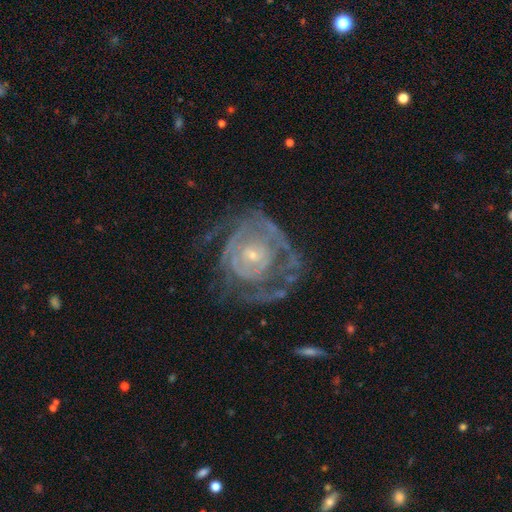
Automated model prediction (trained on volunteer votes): featured or disk 82%, smooth 11%, star or artifact 8%. Down the decision tree: edge-on disk — no (97%); bar — no (76%); spiral arms — yes (77%); spiral arm count — can't tell (48%); spiral winding — tight (67%); bulge size — small (72%); merging — none (52%).